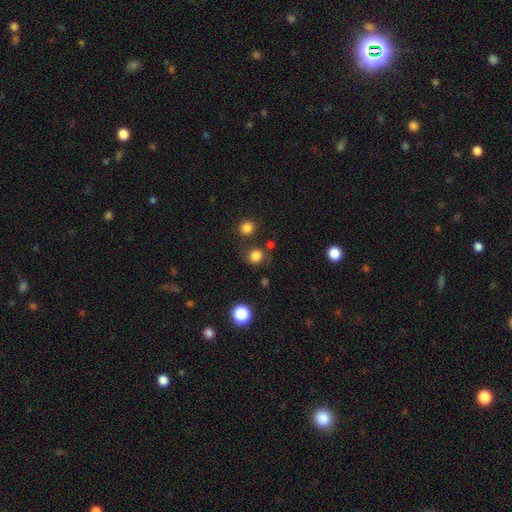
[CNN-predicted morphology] This is clearly a smooth galaxy (81%). How rounded: clearly round (82%). Merging: likely none (77%).